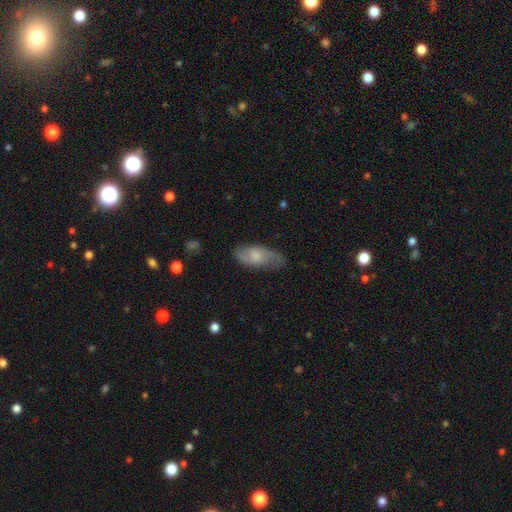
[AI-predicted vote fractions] This is possibly a smooth galaxy (53%). How rounded: clearly in between (85%). Merging: likely none (69%).